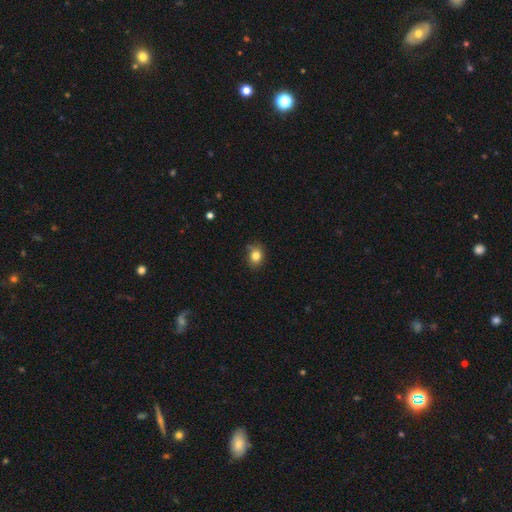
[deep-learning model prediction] This is clearly a smooth galaxy (83%). How rounded: possibly round (57%). Merging: likely none (77%).